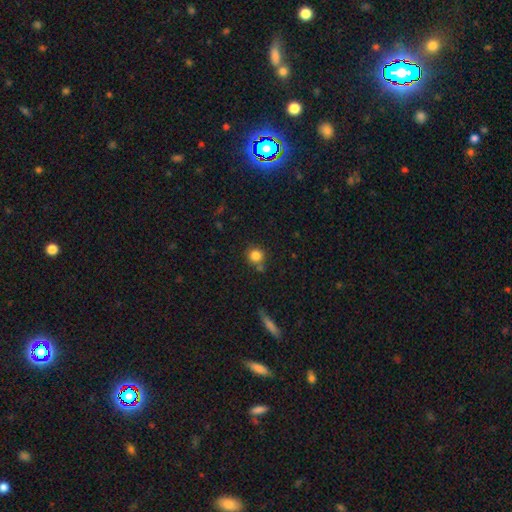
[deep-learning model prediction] This appears to be a smooth galaxy with no disk features (83%) that is round (91%). Merging: none (72%).